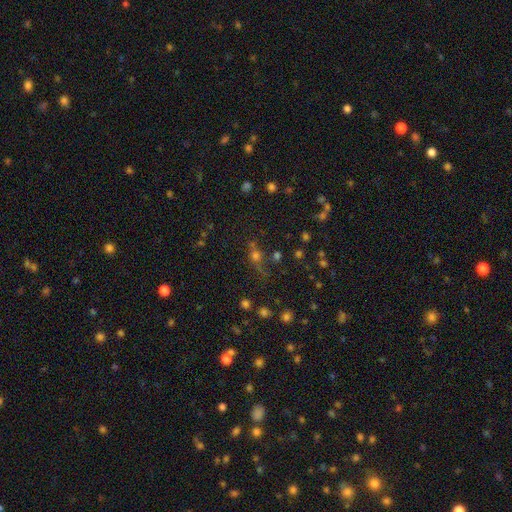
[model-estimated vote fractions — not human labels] Q: Smooth or featured?
A: smooth (46%); runner-up: star or artifact (39%)
Q: Merging?
A: none (61%); runner-up: minor disturbance (16%)